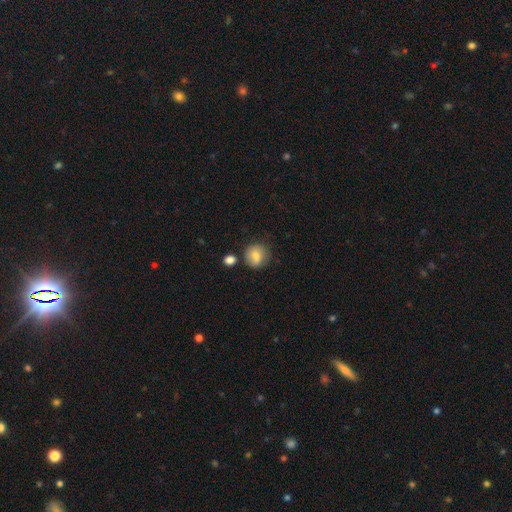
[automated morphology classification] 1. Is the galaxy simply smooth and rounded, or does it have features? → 79% smooth, 12% featured or disk, 9% star or artifact.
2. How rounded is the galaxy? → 81% round, 18% in between, 1% cigar-shaped.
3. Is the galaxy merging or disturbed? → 70% none, 19% minor disturbance, 6% merger, 5% major disturbance.